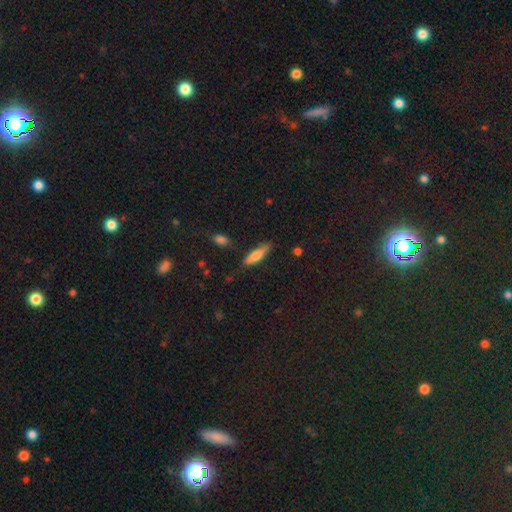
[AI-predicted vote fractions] smooth 73%, featured or disk 20%, star or artifact 7%. Down the decision tree: how rounded — cigar-shaped (64%); merging — none (76%).